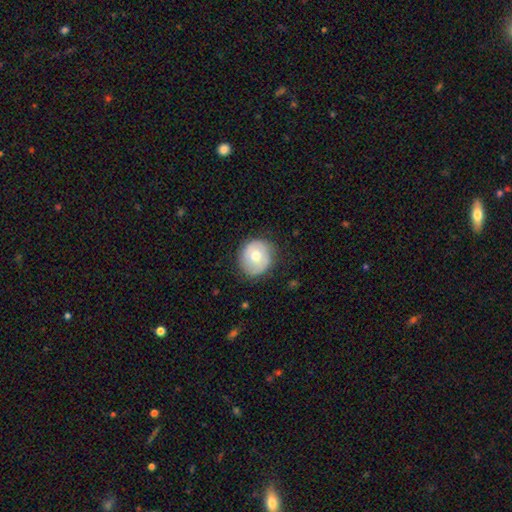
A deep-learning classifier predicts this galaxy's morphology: Smooth or featured? smooth (64%)
How rounded? round (86%)
Merging? none (77%)